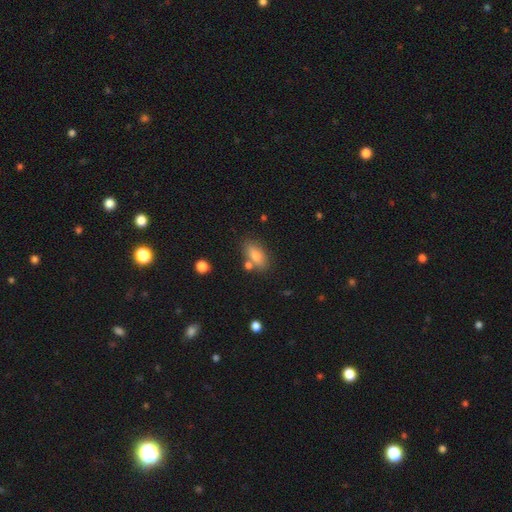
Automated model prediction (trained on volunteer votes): Q: Smooth or featured?
A: smooth (76%); runner-up: featured or disk (15%)
Q: How rounded?
A: in between (84%); runner-up: cigar-shaped (11%)
Q: Merging?
A: none (70%); runner-up: minor disturbance (13%)